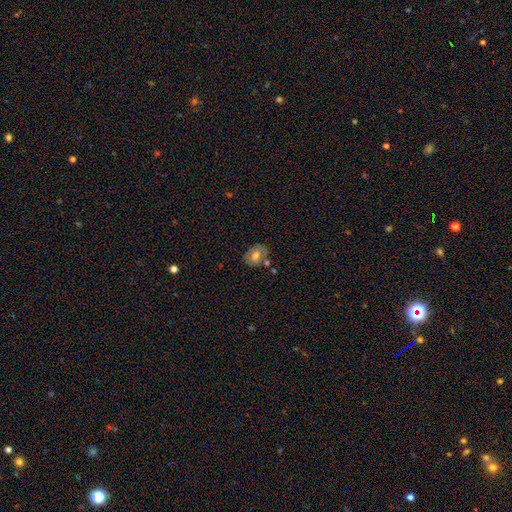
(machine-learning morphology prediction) This is likely a smooth galaxy (64%). How rounded: likely in between (62%). Merging: likely none (65%).